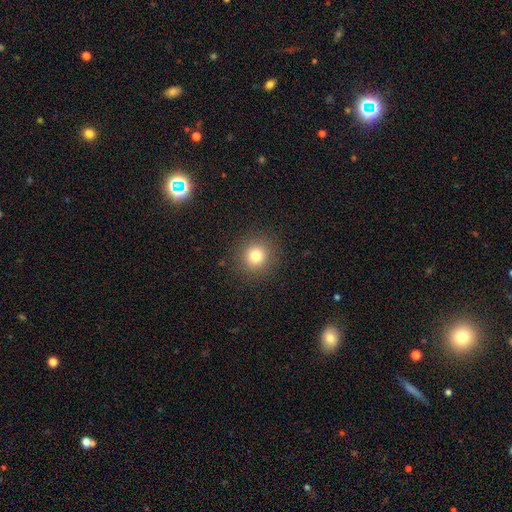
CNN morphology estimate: smooth 79%, star or artifact 13%, featured or disk 8%. Down the decision tree: how rounded — round (92%); merging — none (90%).